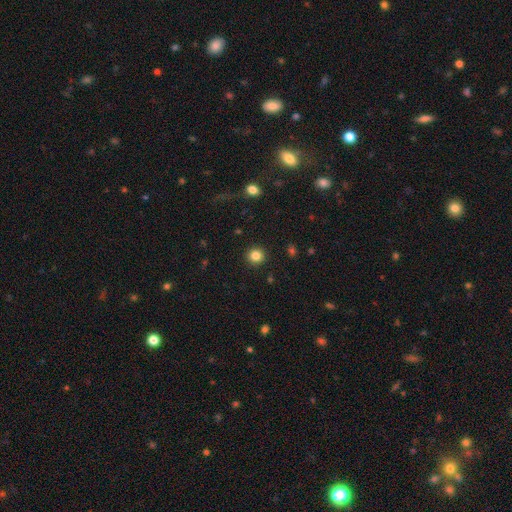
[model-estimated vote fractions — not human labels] Smooth or featured: smooth — 84% (star or artifact — 11%)
How rounded: round — 93% (in between — 6%)
Merging: none — 92% (minor disturbance — 5%)